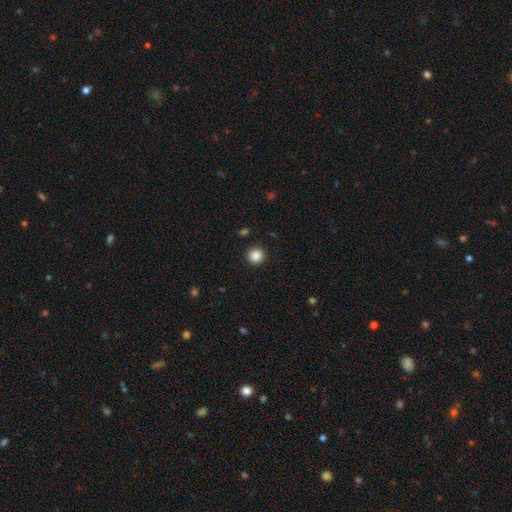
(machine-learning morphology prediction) Smooth or featured? smooth (87%)
How rounded? round (94%)
Merging? none (92%)